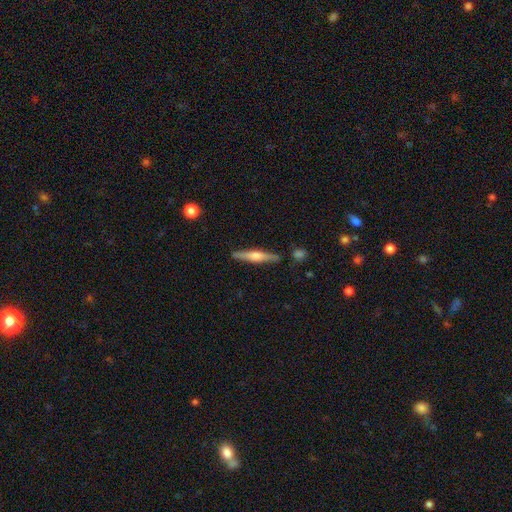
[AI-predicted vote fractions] Morphology: type=featured or disk (56%); edge-on=yes (96%); edge-on bulge=rounded (83%); merging=none (85%).